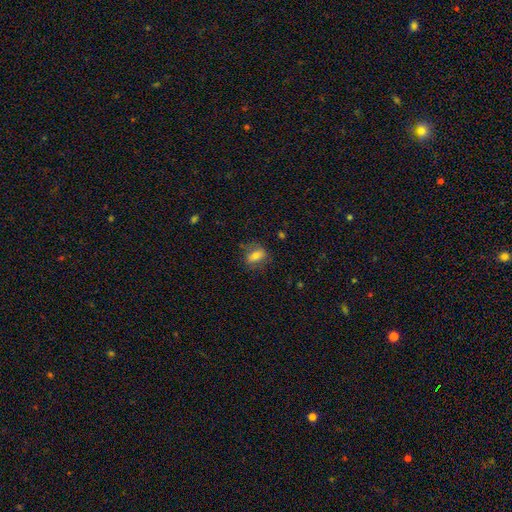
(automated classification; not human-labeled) Smooth or featured: smooth — 65% (featured or disk — 25%)
How rounded: in between — 66% (round — 30%)
Merging: none — 72% (minor disturbance — 19%)